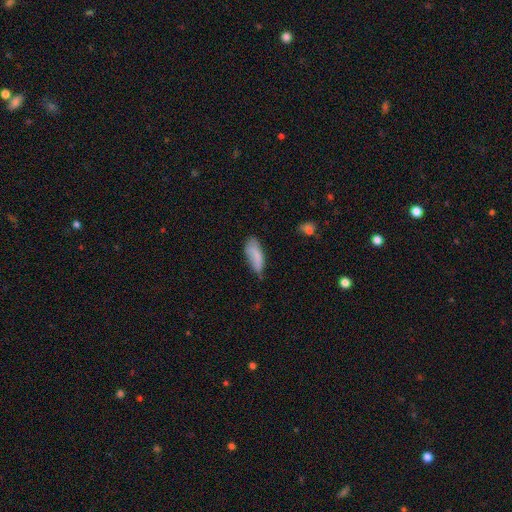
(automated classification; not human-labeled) Smooth or featured: smooth — 76% (featured or disk — 17%)
How rounded: in between — 76% (cigar-shaped — 22%)
Merging: none — 45% (minor disturbance — 38%)